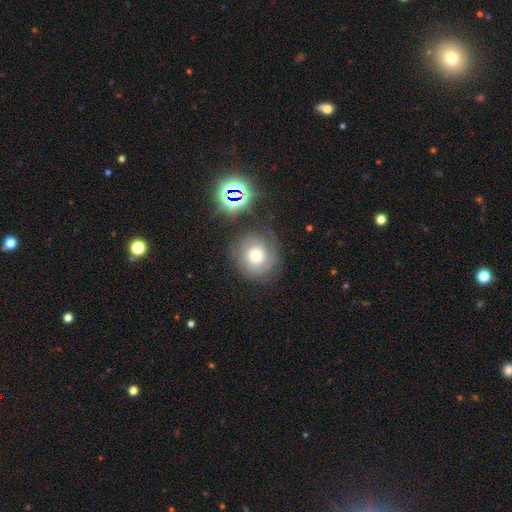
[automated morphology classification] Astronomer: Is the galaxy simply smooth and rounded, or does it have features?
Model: smooth — 51% (runner-up: featured or disk, 34%).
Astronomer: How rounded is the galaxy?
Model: round — 86%.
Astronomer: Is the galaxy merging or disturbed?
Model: none — 70%.